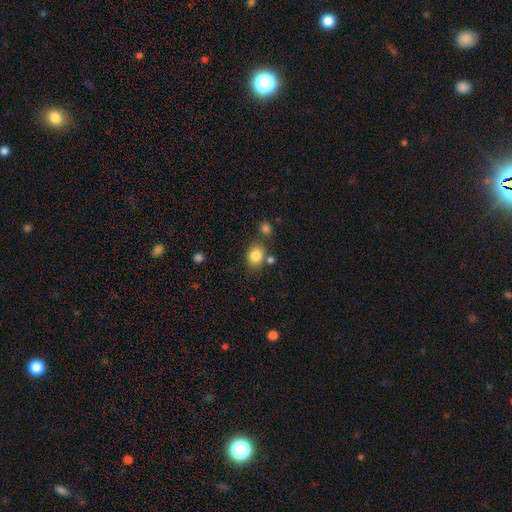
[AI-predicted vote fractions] A smooth galaxy with no disk features (83%) that is in between round and cigar-shaped (53%).

Vote fractions:
- Smooth or featured? smooth: 83% / star or artifact: 9% / featured or disk: 7%
- How rounded? in between: 53% / round: 46% / cigar-shaped: 1%
- Merging? none: 70% / minor disturbance: 14% / merger: 12% / major disturbance: 4%